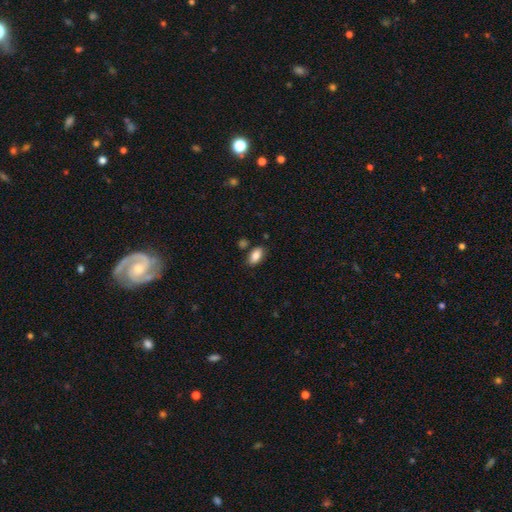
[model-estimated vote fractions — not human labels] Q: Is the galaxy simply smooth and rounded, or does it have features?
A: smooth — 85%.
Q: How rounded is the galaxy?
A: in between — 92%.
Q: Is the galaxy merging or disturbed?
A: none — 81%.